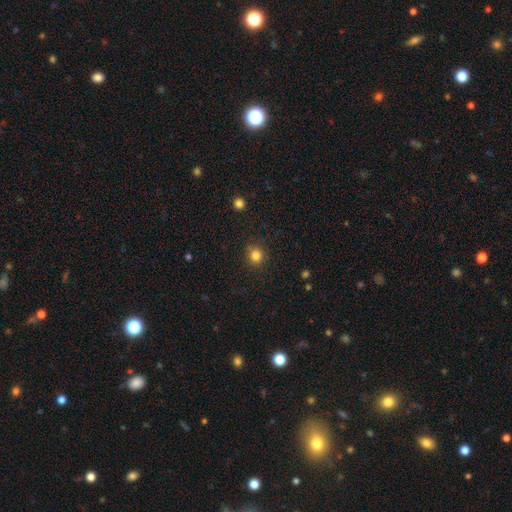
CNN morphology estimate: smooth_or_featured: smooth (p=0.83) [alt: star or artifact p=0.13]
how_rounded: round (p=0.90) [alt: in between p=0.09]
merging: none (p=0.88) [alt: minor disturbance p=0.09]